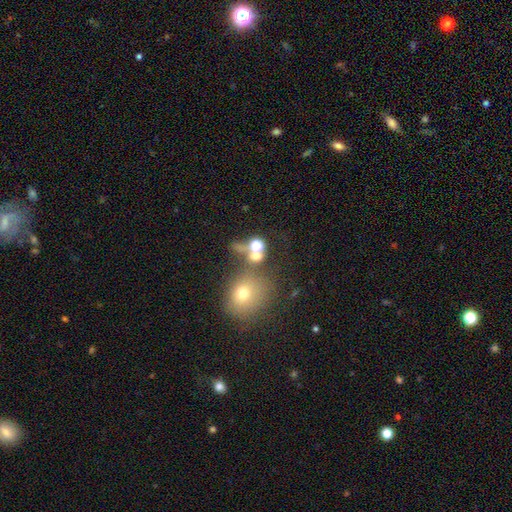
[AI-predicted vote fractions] Morphology: type=smooth (60%); roundness=round (73%); merging=merger (41%).